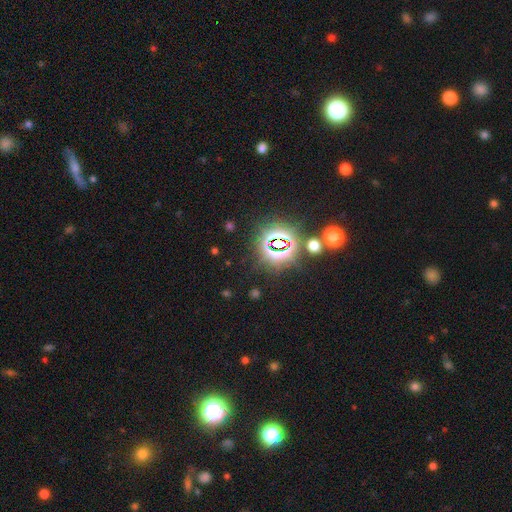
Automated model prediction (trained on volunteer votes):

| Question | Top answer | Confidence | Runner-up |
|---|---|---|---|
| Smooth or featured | star or artifact | 78% | smooth (15%) |